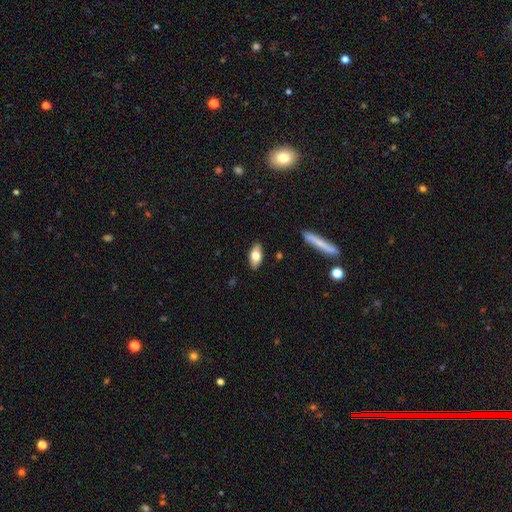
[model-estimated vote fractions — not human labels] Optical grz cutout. It shows a smooth galaxy with no disk features (72%) that is in between round and cigar-shaped (86%). Merging: none (87%).